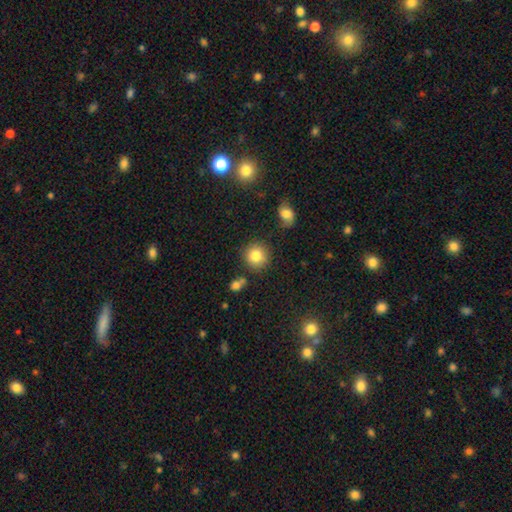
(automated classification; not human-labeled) smooth 83%, star or artifact 10%, featured or disk 7%. Down the decision tree: how rounded — round (91%); merging — none (83%).